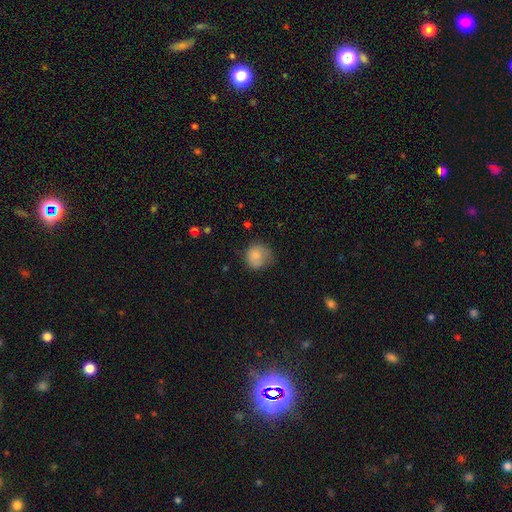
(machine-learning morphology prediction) smooth-or-featured: smooth: 79% | featured or disk: 13% | star or artifact: 8%
  how-rounded: round: 81% | in between: 18% | cigar-shaped: 1%
  merging: none: 51% | minor disturbance: 32% | major disturbance: 15% | merger: 3%